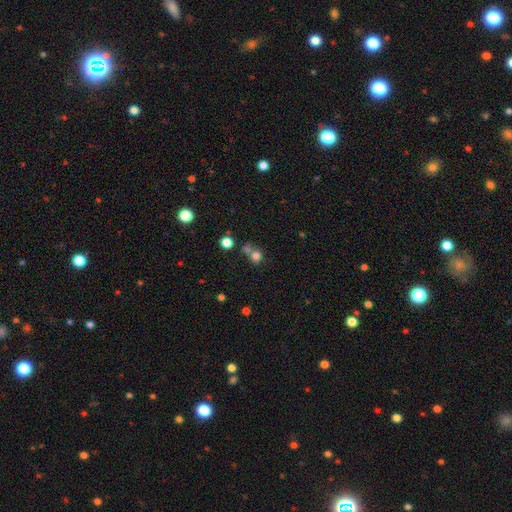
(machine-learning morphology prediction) A smooth galaxy with no disk features (75%) that is round (86%). Merging: none (51%).